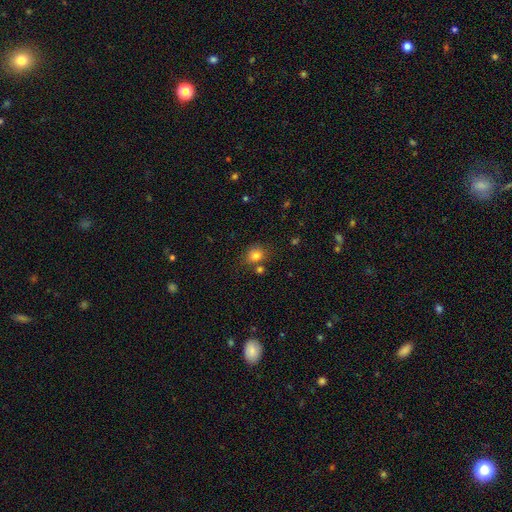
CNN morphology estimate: Smooth or featured? Predicted: smooth (p=0.81). How rounded? Predicted: round (p=0.70). Merging? Predicted: none (p=0.68).